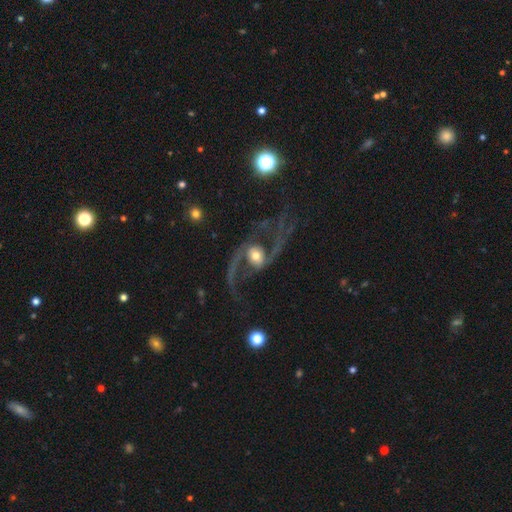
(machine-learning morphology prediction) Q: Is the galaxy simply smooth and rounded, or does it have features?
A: featured or disk — 88%.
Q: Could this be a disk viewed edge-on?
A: no — 97%.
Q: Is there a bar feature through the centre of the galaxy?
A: no — 47%.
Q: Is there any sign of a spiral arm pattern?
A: yes — 95%.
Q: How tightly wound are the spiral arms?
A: loose — 74%.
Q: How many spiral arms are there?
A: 2 — 93%.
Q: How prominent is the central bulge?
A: moderate — 62%.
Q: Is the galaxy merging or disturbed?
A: none — 59%.